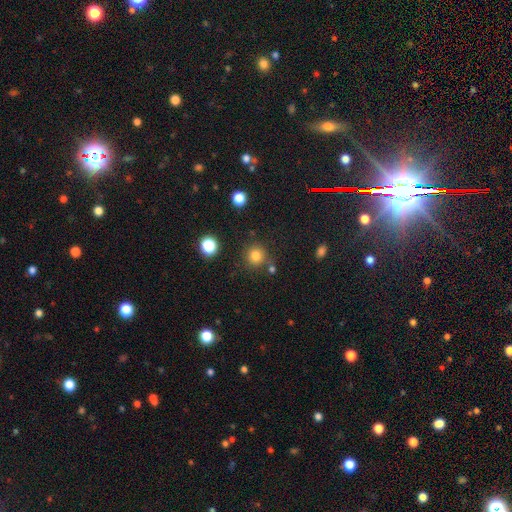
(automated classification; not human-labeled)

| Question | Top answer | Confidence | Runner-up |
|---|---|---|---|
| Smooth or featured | smooth | 80% | star or artifact (14%) |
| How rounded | round | 93% | in between (6%) |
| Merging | none | 81% | minor disturbance (9%) |